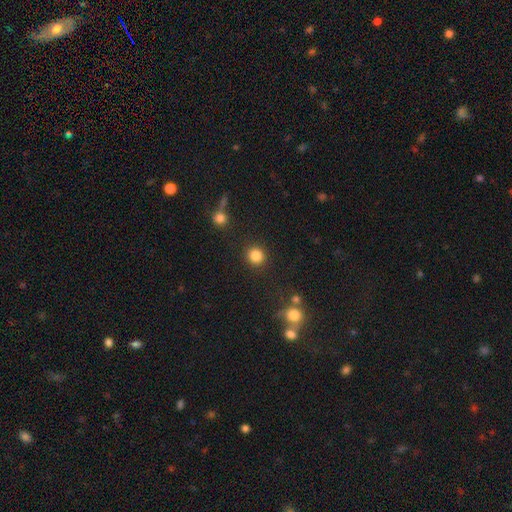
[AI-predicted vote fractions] Q: Smooth or featured?
A: smooth (85%); runner-up: star or artifact (11%)
Q: How rounded?
A: round (90%); runner-up: in between (9%)
Q: Merging?
A: none (89%); runner-up: minor disturbance (6%)